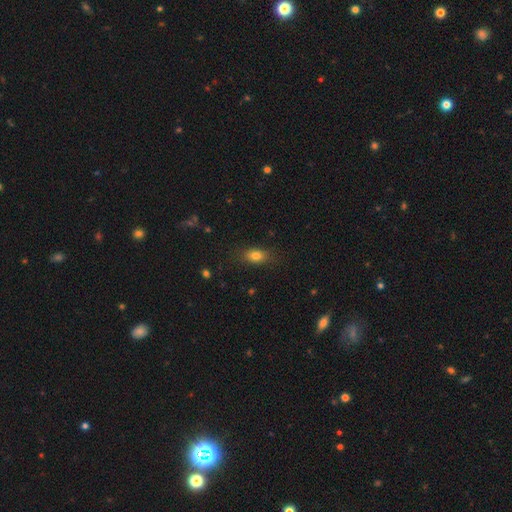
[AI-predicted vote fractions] Smooth or featured: smooth — 80% (star or artifact — 10%)
How rounded: in between — 79% (round — 14%)
Merging: none — 82% (minor disturbance — 13%)